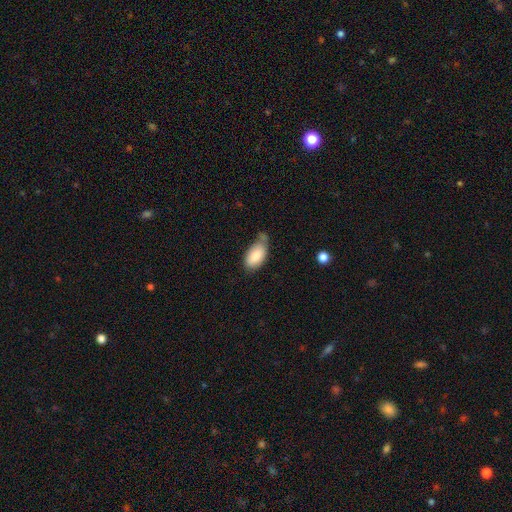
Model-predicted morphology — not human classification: Smooth or featured? Predicted: smooth (p=0.83). How rounded? Predicted: in between (p=0.95). Merging? Predicted: none (p=0.50).